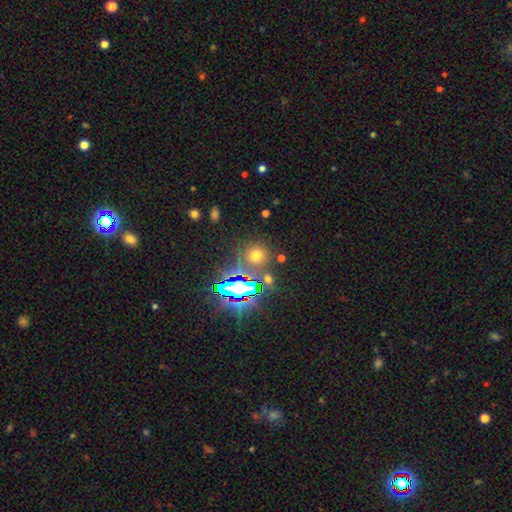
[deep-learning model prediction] This is possibly a smooth galaxy (56%). How rounded: clearly round (89%). Merging: likely none (79%).